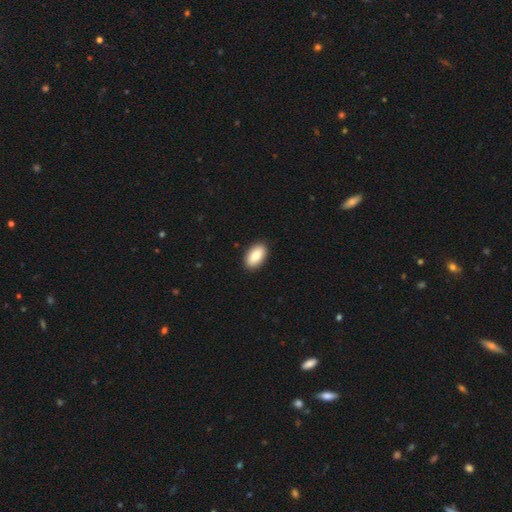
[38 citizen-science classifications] A smooth galaxy with no disk features (74%) that is in between round and cigar-shaped (96%).

Vote fractions:
- Smooth or featured? smooth: 74% / featured or disk: 24% / star or artifact: 3%
- How rounded? in between: 96% / round: 4% / cigar-shaped: 0%
- Merging? none: 89% / minor disturbance: 8% / major disturbance: 3% / merger: 0%